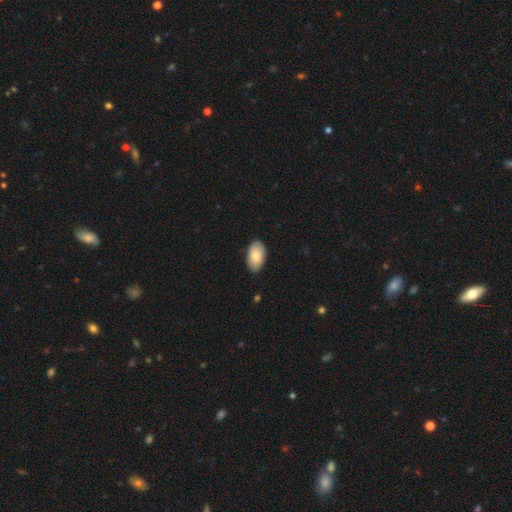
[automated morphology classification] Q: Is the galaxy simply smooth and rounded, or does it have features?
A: smooth — 84%.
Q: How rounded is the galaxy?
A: in between — 95%.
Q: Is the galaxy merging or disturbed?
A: none — 87%.